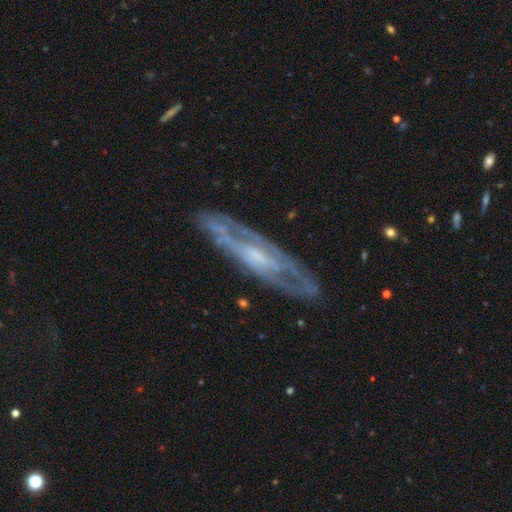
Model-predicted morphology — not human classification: A featured or disk galaxy (80%) with no bar (48%), spiral arms (77%) and a small central bulge (46%).

Vote fractions:
- Smooth or featured? featured or disk: 80% / smooth: 14% / star or artifact: 6%
- Edge-on disk? no: 64% / yes: 36%
- Bar? no: 48% / weak: 37% / strong: 15%
- Spiral arms? yes: 77% / no: 23%
- Bulge size? small: 46% / moderate: 29% / none: 18% / large: 5% / dominant: 1%
- Merging? none: 77% / minor disturbance: 16% / major disturbance: 6% / merger: 2%